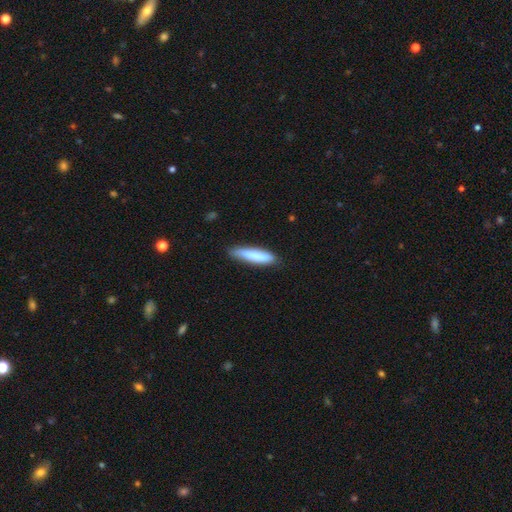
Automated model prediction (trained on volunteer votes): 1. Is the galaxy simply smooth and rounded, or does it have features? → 80% smooth, 14% featured or disk, 5% star or artifact.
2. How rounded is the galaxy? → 85% cigar-shaped, 13% in between, 1% round.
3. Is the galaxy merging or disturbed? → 80% none, 16% minor disturbance, 3% major disturbance, 2% merger.